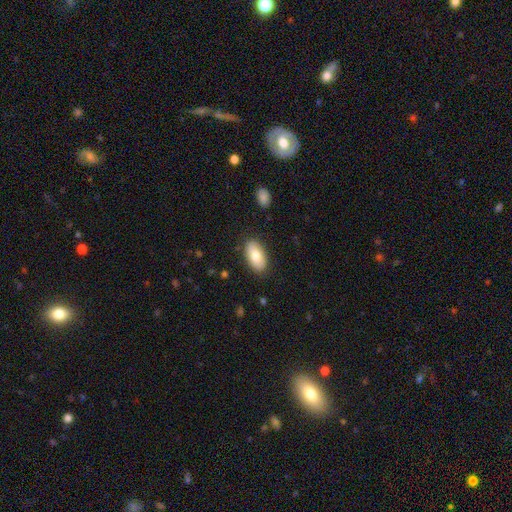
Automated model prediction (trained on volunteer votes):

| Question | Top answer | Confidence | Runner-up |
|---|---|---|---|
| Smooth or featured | smooth | 76% | featured or disk (18%) |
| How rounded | in between | 94% | round (3%) |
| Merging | none | 86% | minor disturbance (11%) |